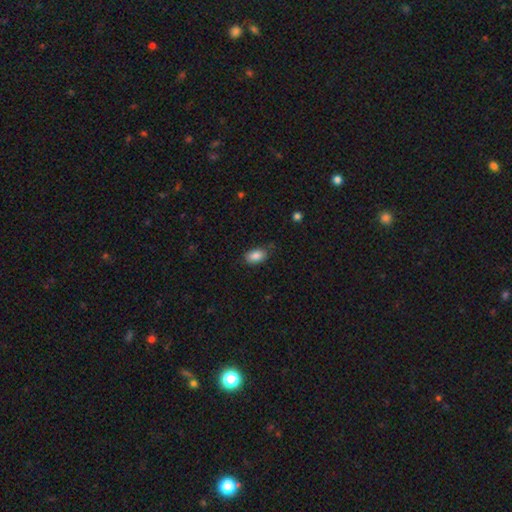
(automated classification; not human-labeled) Smooth or featured? Predicted: smooth (p=0.87). How rounded? Predicted: in between (p=0.91). Merging? Predicted: none (p=0.79).